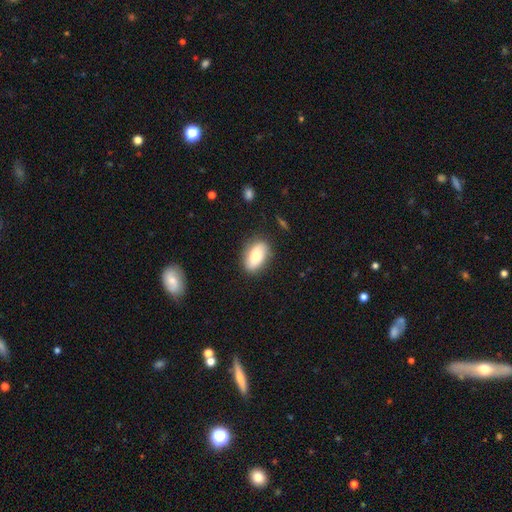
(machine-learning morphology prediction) smooth_or_featured: smooth (p=0.70) [alt: featured or disk p=0.23]
how_rounded: in between (p=0.89) [alt: round p=0.08]
merging: none (p=0.81) [alt: minor disturbance p=0.14]